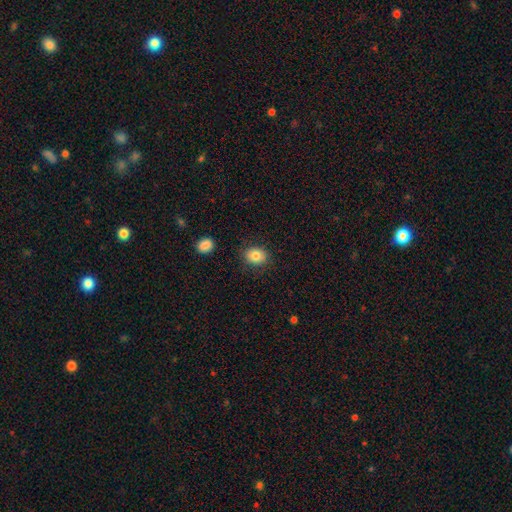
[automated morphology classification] Smooth or featured? smooth (82%)
How rounded? round (53%)
Merging? none (84%)